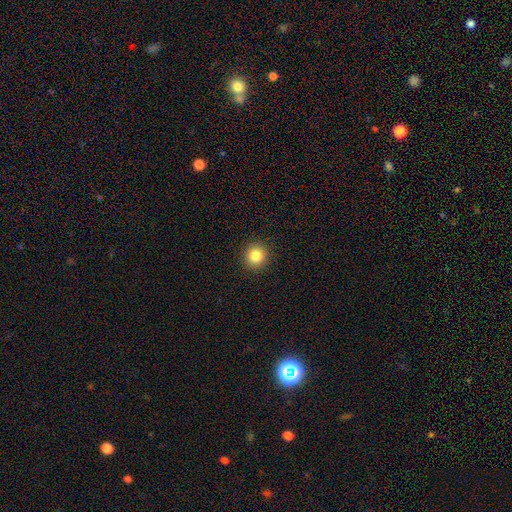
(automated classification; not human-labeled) Q: Smooth or featured?
A: smooth (84%); runner-up: star or artifact (11%)
Q: How rounded?
A: round (91%); runner-up: in between (8%)
Q: Merging?
A: none (92%); runner-up: minor disturbance (5%)